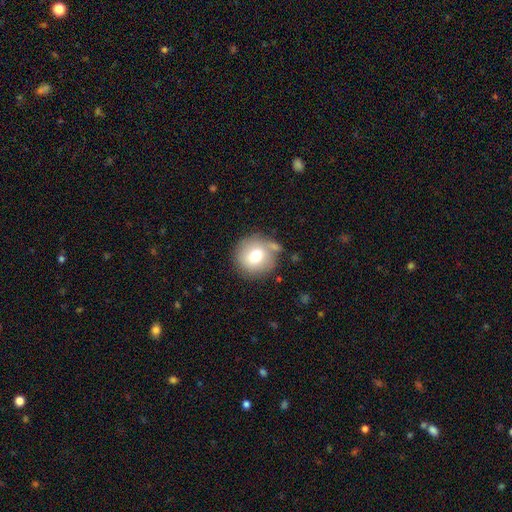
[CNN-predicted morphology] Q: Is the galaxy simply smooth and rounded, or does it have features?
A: smooth — 73%.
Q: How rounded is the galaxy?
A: round — 93%.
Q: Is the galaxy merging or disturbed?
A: none — 73%.